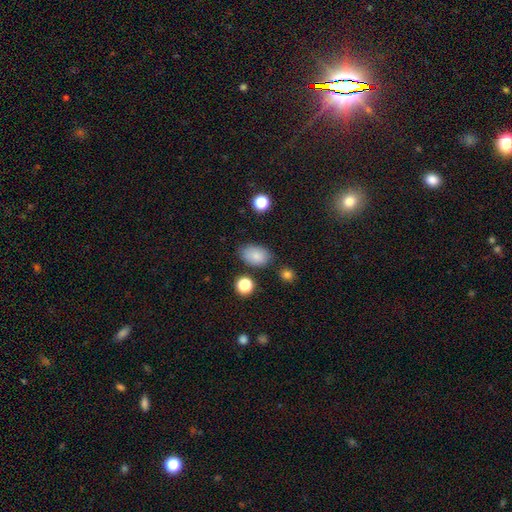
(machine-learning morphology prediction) Smooth or featured? smooth (83%)
How rounded? in between (90%)
Merging? none (79%)